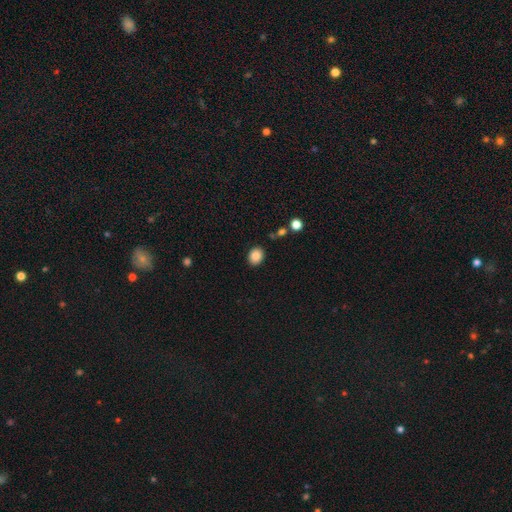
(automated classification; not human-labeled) A smooth galaxy with no disk features (86%) that is in between round and cigar-shaped (52%).

Vote fractions:
- Smooth or featured? smooth: 86% / star or artifact: 9% / featured or disk: 5%
- How rounded? in between: 52% / round: 47% / cigar-shaped: 1%
- Merging? none: 86% / minor disturbance: 9% / merger: 2% / major disturbance: 2%